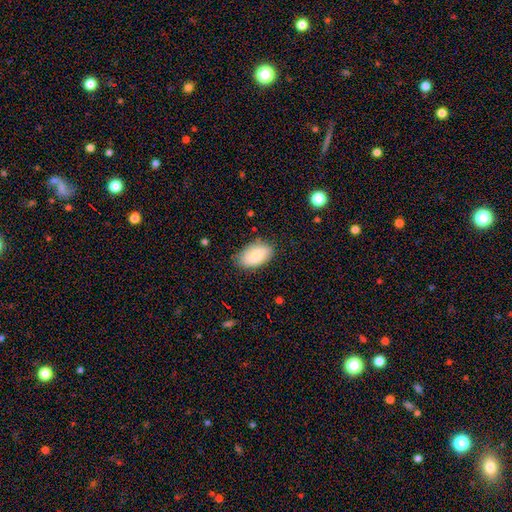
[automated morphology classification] The model was most divided on "merging": none: 76%, minor disturbance: 19%, major disturbance: 4%, merger: 2%. More confident: how rounded — in between (93%); smooth or featured — smooth (77%).